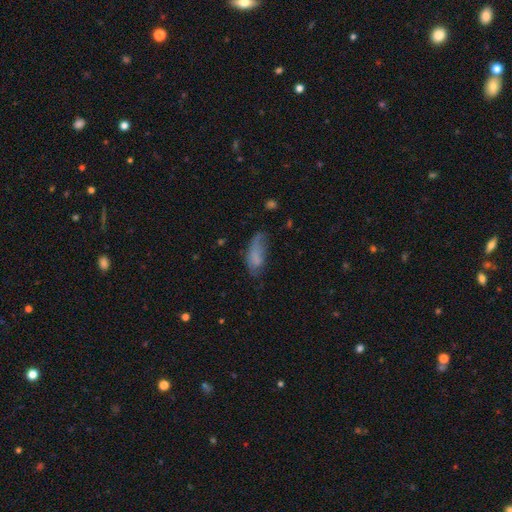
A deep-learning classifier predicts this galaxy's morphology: The model was most divided on "merging": none: 37%, minor disturbance: 32%, major disturbance: 28%, merger: 3%. More confident: how rounded — in between (80%); smooth or featured — smooth (68%).